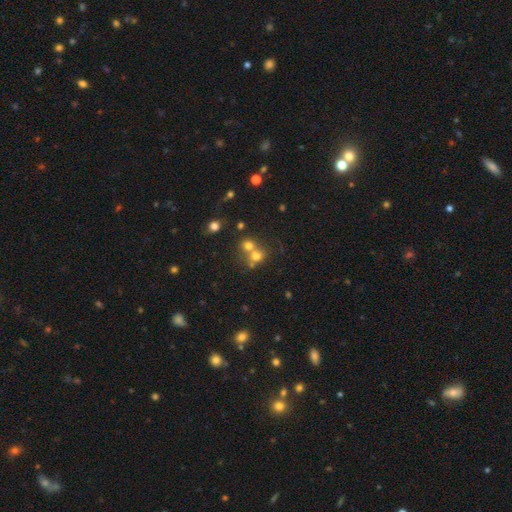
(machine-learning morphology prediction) type=smooth (68%); roundness=round (78%); merging=merger (56%).